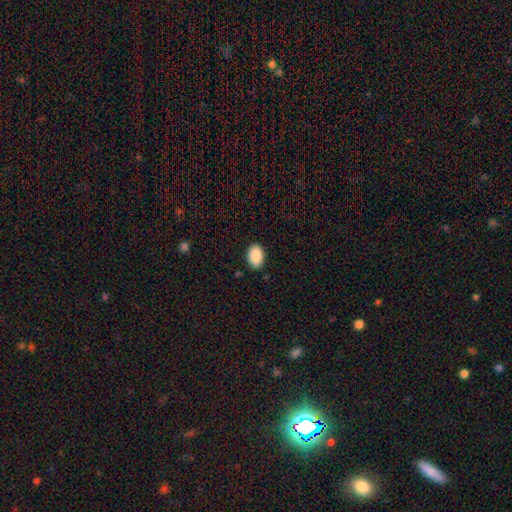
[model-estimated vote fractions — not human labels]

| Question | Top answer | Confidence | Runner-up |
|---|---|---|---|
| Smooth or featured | smooth | 89% | star or artifact (7%) |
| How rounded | in between | 87% | round (12%) |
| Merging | none | 88% | minor disturbance (9%) |